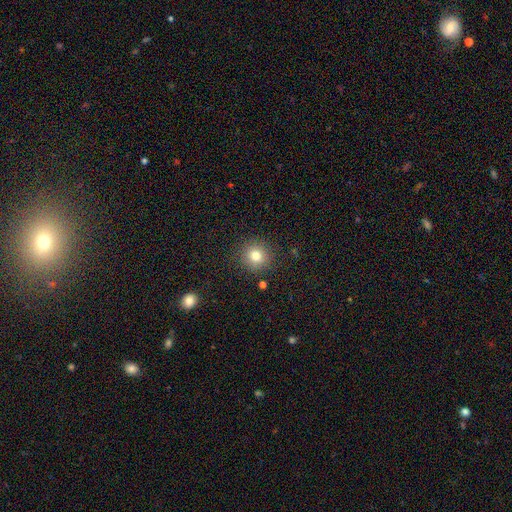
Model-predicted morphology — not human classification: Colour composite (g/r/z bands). It shows a smooth galaxy with no disk features (79%) that is round (94%). Merging: none (89%).